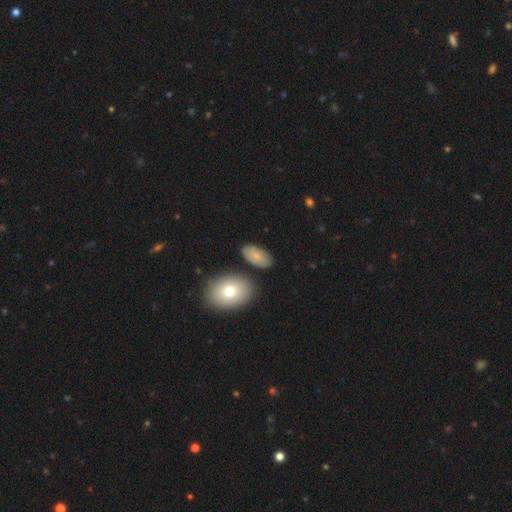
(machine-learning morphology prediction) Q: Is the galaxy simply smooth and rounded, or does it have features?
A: smooth — 76%.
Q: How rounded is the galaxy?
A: in between — 94%.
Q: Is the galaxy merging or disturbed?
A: none — 78%.